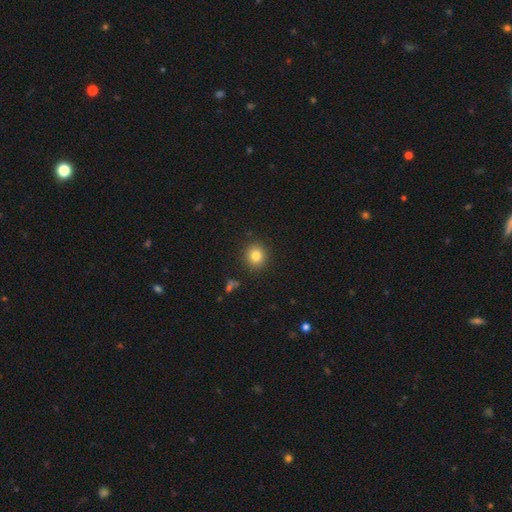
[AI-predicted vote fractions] Smooth or featured? smooth (82%)
How rounded? round (86%)
Merging? none (90%)